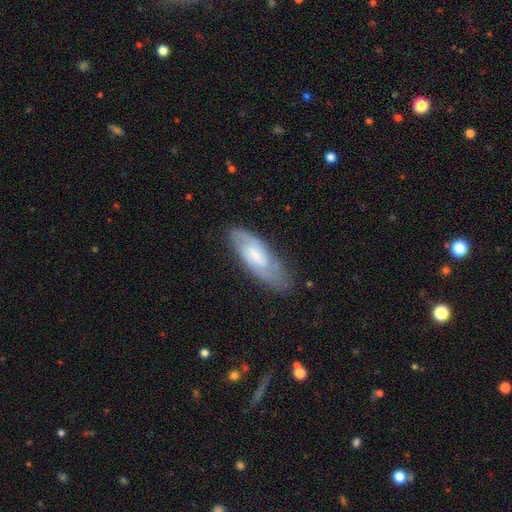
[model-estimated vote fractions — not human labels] A featured or disk galaxy (61%) with a weak bar (48%), spiral arms (87%) and a small central bulge (38%). Merging: none (70%).